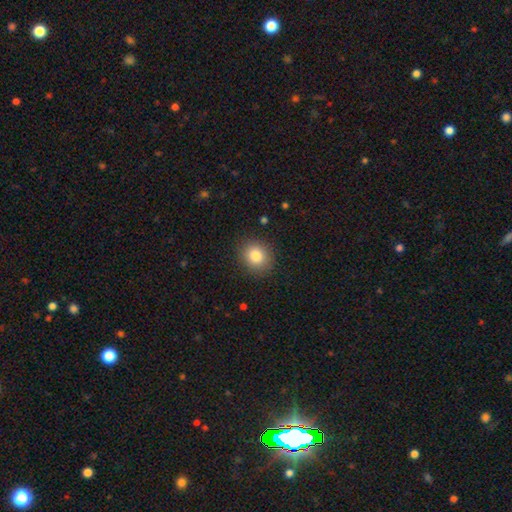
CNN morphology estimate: The model was most divided on "how rounded": round: 74%, in between: 25%, cigar-shaped: 1%. More confident: merging — none (89%); smooth or featured — smooth (83%).